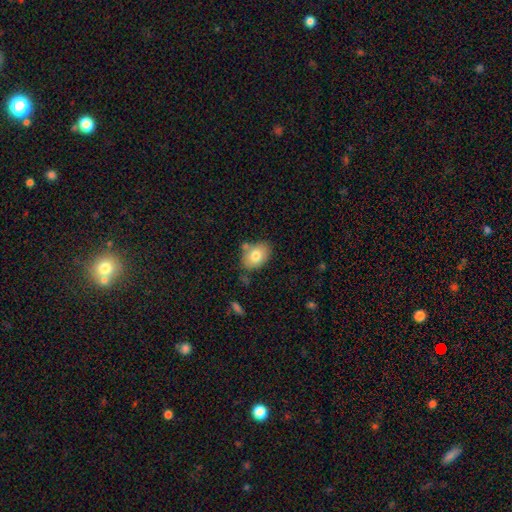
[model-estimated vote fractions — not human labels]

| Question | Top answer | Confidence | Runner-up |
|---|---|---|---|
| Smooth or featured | smooth | 77% | featured or disk (15%) |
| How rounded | in between | 78% | round (21%) |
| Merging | none | 70% | minor disturbance (17%) |